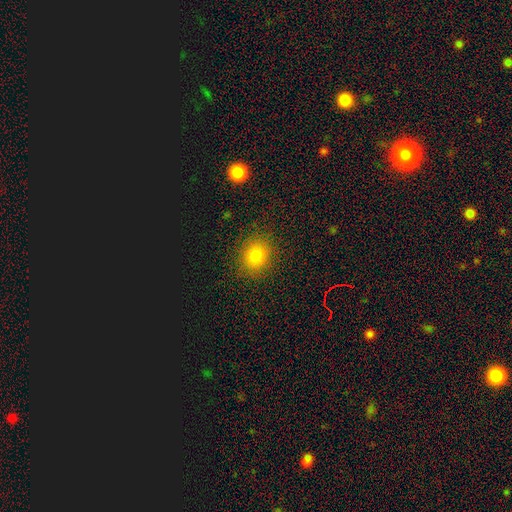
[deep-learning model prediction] A smooth galaxy with no disk features (82%) that is round (76%).

Vote fractions:
- Smooth or featured? smooth: 82% / star or artifact: 12% / featured or disk: 6%
- How rounded? round: 76% / in between: 23% / cigar-shaped: 1%
- Merging? none: 88% / minor disturbance: 8% / major disturbance: 3% / merger: 1%